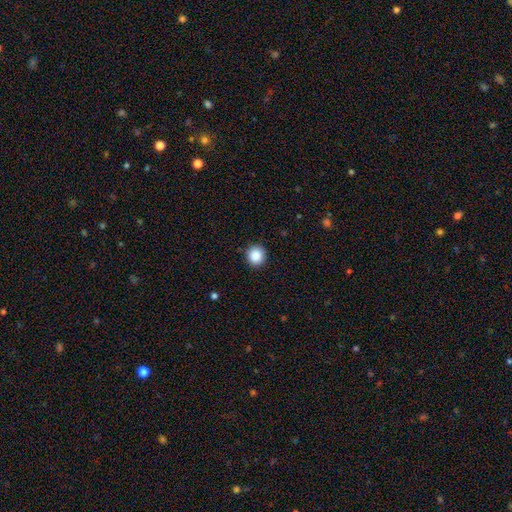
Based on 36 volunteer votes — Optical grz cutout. It shows a smooth galaxy with no disk features (97%) that is round (94%). Merging: none (97%).